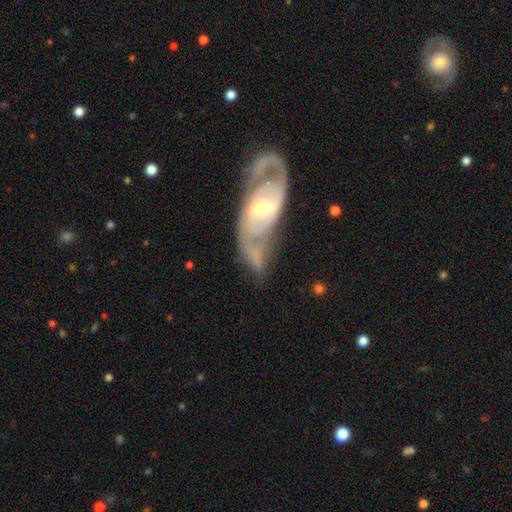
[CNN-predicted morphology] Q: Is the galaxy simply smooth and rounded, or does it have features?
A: featured or disk — 80%.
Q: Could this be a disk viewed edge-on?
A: no — 91%.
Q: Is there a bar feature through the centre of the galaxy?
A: weak — 40%.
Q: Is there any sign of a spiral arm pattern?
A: yes — 83%.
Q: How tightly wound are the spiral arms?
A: medium — 41%.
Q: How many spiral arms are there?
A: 2 — 71%.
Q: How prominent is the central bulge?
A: small — 51%.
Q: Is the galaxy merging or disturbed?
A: none — 51%.